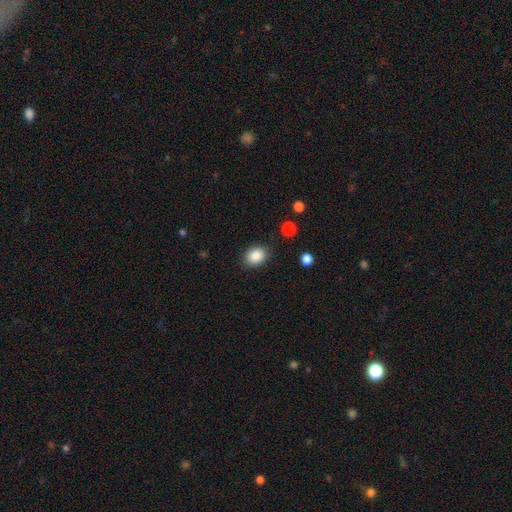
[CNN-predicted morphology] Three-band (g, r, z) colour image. It shows a smooth galaxy with no disk features (87%) that is in between round and cigar-shaped (62%). Merging: none (86%).